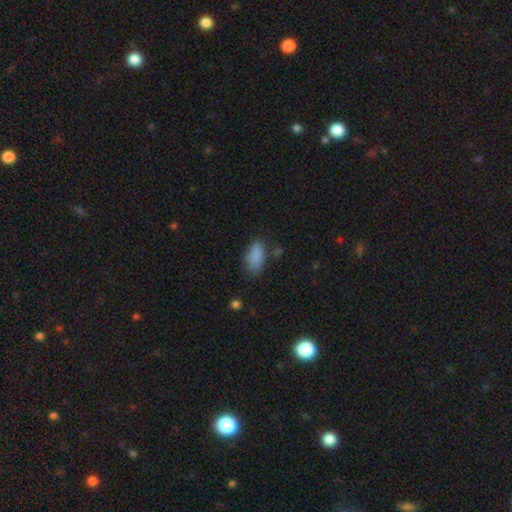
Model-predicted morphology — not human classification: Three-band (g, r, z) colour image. It shows a smooth galaxy with no disk features (86%) that is in between round and cigar-shaped (90%). Merging: none (66%).